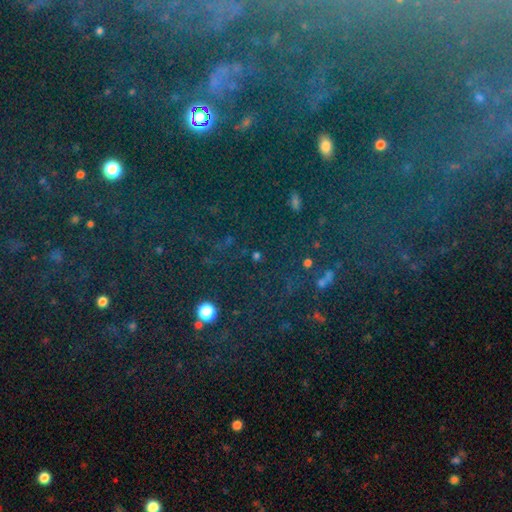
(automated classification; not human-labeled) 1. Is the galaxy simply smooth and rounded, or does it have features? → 71% star or artifact, 17% smooth, 13% featured or disk.